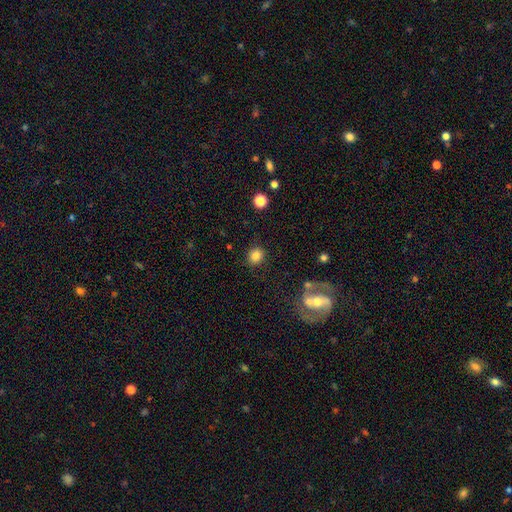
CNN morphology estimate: type=smooth (82%); roundness=round (78%); merging=none (86%).